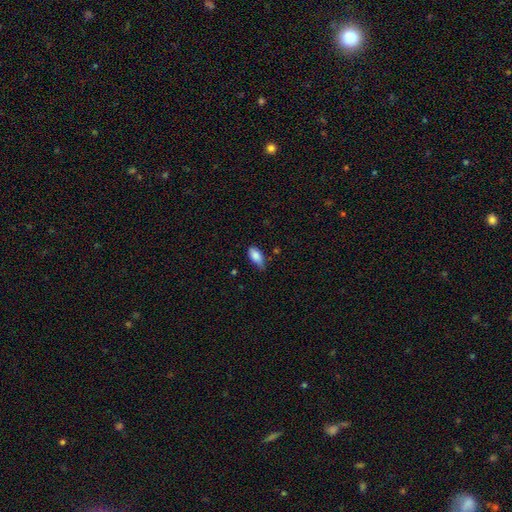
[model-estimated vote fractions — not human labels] Smooth or featured: smooth — 85% (featured or disk — 8%)
How rounded: in between — 89% (cigar-shaped — 8%)
Merging: none — 54% (minor disturbance — 38%)